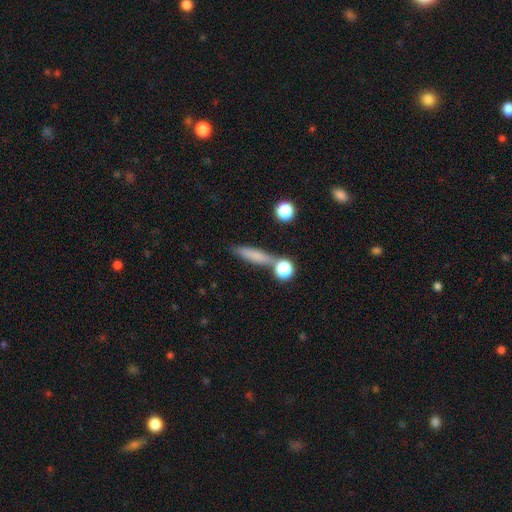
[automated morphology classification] This is likely a smooth galaxy (71%). How rounded: likely cigar-shaped (76%). Merging: likely none (70%).